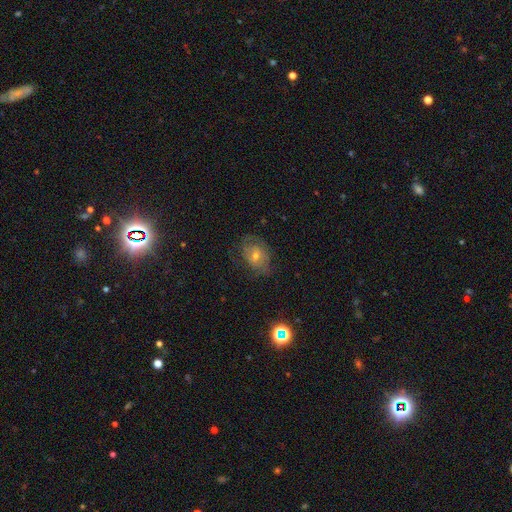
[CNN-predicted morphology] This appears to be a featured or disk galaxy (50%). Merging: none (68%).